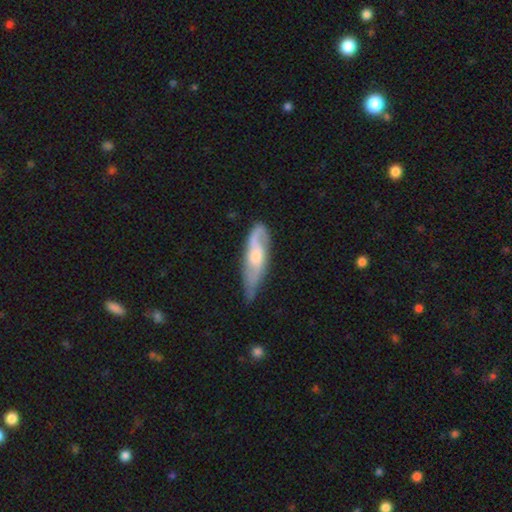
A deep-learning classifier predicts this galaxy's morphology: This appears to be a featured or disk galaxy (64%). Merging: none (57%).